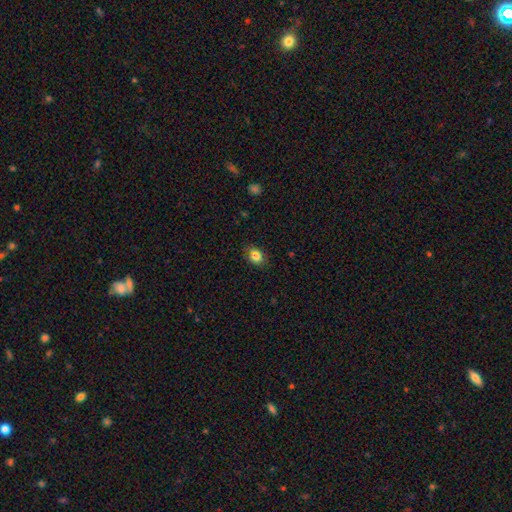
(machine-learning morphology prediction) The model was most divided on "how rounded": in between: 54%, round: 45%, cigar-shaped: 1%. More confident: smooth or featured — smooth (82%); merging — none (82%).